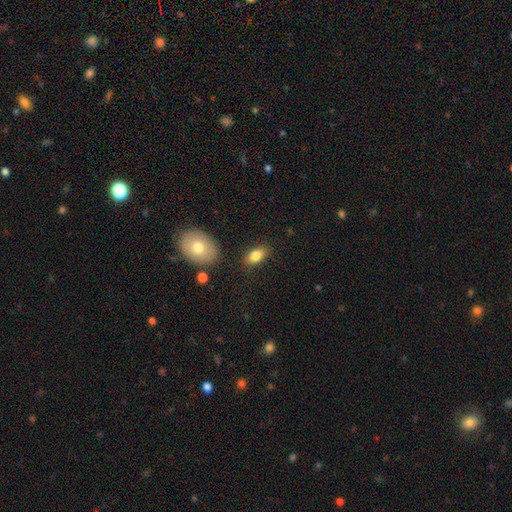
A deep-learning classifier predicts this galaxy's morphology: This is clearly a smooth galaxy (82%). How rounded: clearly in between (89%). Merging: clearly none (82%).